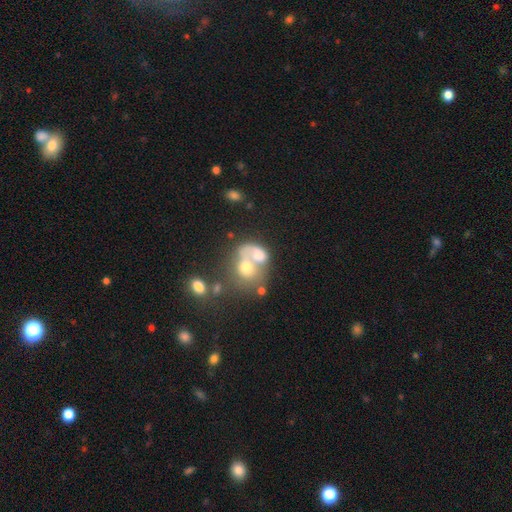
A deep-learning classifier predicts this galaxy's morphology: A smooth galaxy with no disk features (48%). Merging: merger (68%).